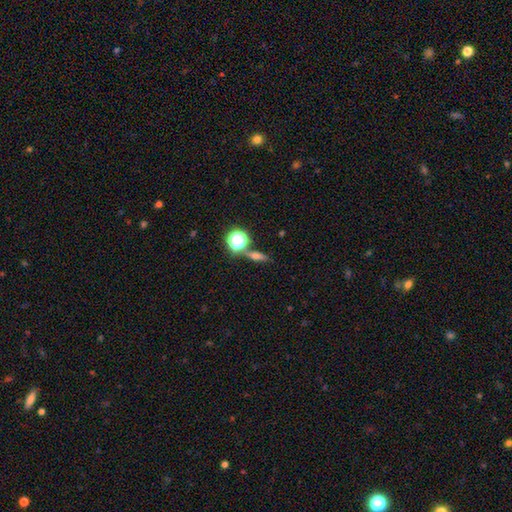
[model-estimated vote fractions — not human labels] This appears to be a smooth galaxy with no disk features (57%) that is cigar-shaped (44%). Merging: none (73%).